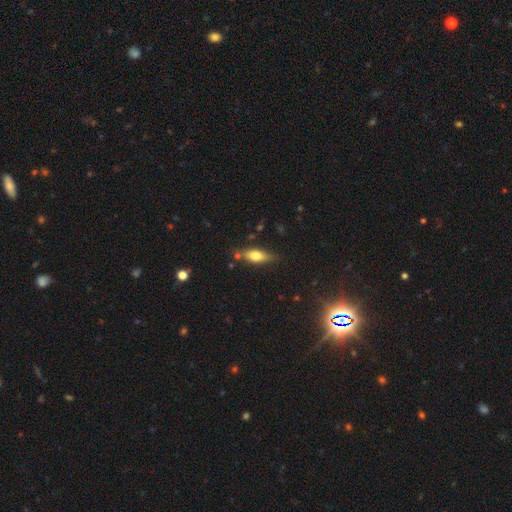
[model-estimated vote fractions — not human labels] Smooth or featured? Predicted: smooth (p=0.66). How rounded? Predicted: in between (p=0.68). Merging? Predicted: none (p=0.69).